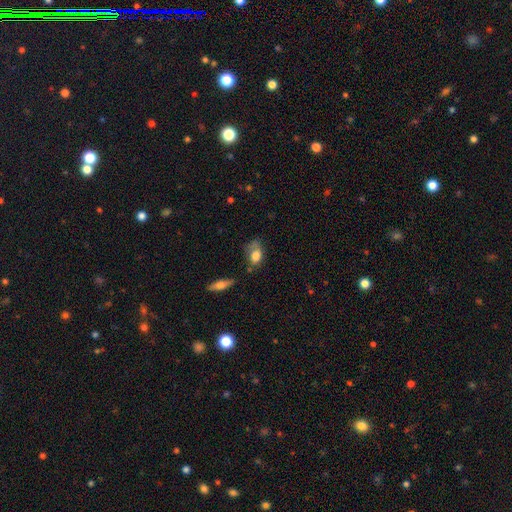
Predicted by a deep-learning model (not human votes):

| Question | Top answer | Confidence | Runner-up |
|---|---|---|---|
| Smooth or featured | smooth | 73% | featured or disk (19%) |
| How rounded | in between | 81% | round (16%) |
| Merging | none | 38% | minor disturbance (34%) |